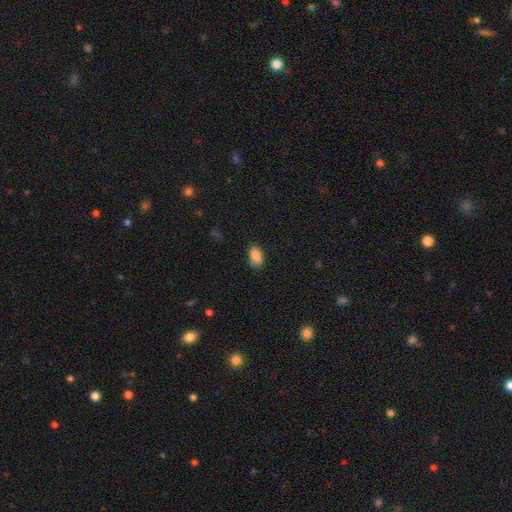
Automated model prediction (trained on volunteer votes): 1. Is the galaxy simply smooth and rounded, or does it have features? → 88% smooth, 8% star or artifact, 4% featured or disk.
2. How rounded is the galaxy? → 91% in between, 7% round, 2% cigar-shaped.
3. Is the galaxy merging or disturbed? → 83% none, 13% minor disturbance, 3% major disturbance, 1% merger.